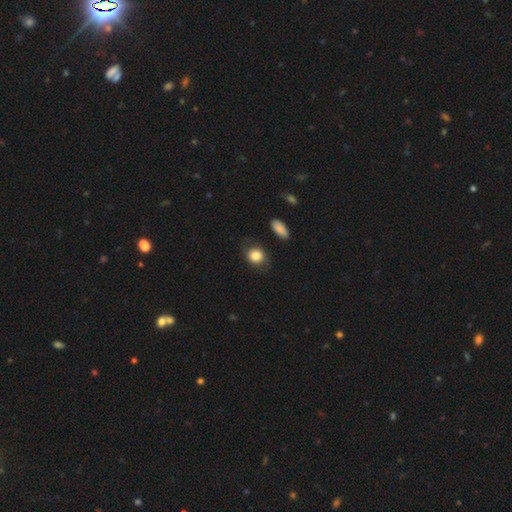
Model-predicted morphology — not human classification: type=smooth (84%); roundness=round (62%); merging=none (72%).